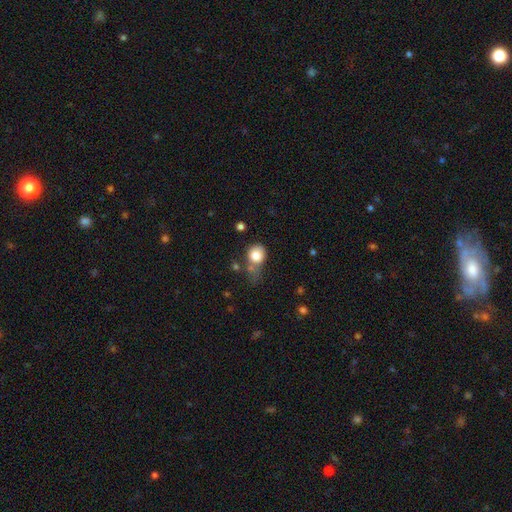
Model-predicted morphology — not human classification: Smooth or featured: smooth — 80% (featured or disk — 11%)
How rounded: round — 72% (in between — 27%)
Merging: none — 35% (minor disturbance — 26%)